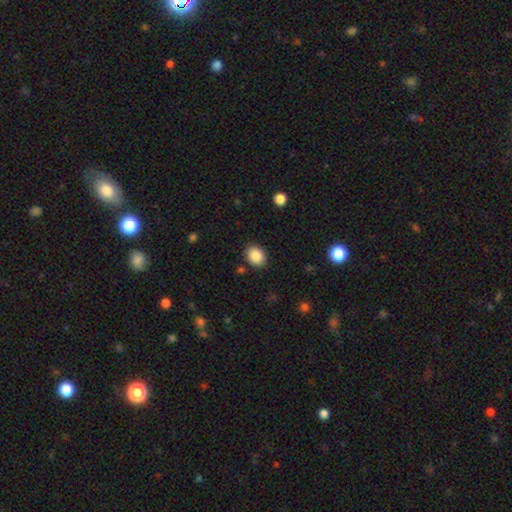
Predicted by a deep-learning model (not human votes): smooth-or-featured: smooth: 88% | star or artifact: 8% | featured or disk: 4%
  how-rounded: in between: 57% | round: 42% | cigar-shaped: 1%
  merging: none: 86% | minor disturbance: 9% | major disturbance: 3% | merger: 2%